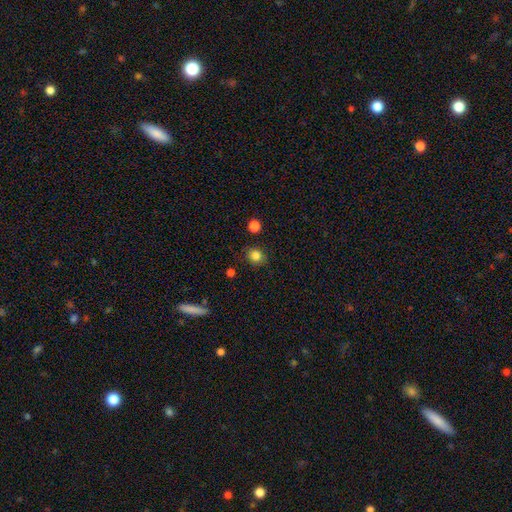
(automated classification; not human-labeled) Overall: smooth (83%). How rounded: round (73%). Merging: none (85%).